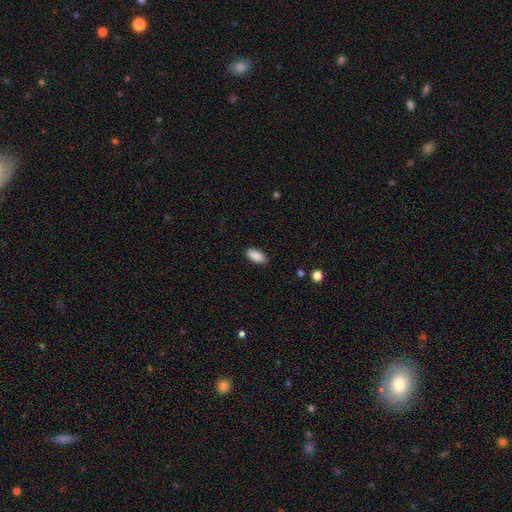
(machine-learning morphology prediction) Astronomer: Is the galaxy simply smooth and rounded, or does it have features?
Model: smooth — 90%.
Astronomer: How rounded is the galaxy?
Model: in between — 92%.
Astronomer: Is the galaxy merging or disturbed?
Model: none — 88%.